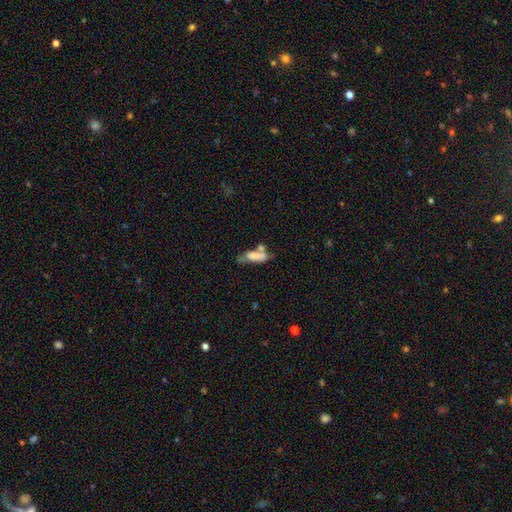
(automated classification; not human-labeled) This is likely a smooth galaxy (68%). How rounded: possibly in between (57%). Merging: marginally merger (37%).